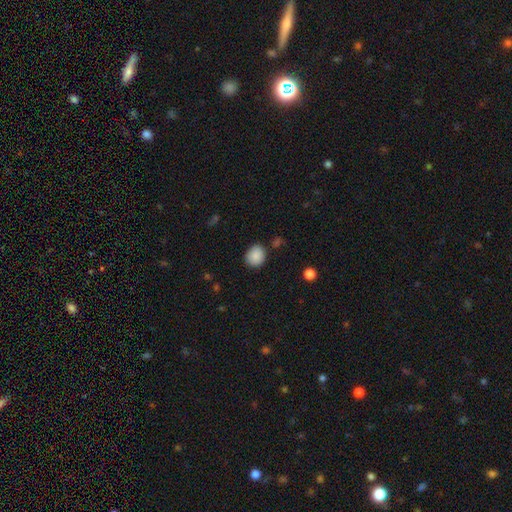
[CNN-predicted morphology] This is clearly a smooth galaxy (88%). How rounded: likely round (72%). Merging: clearly none (82%).